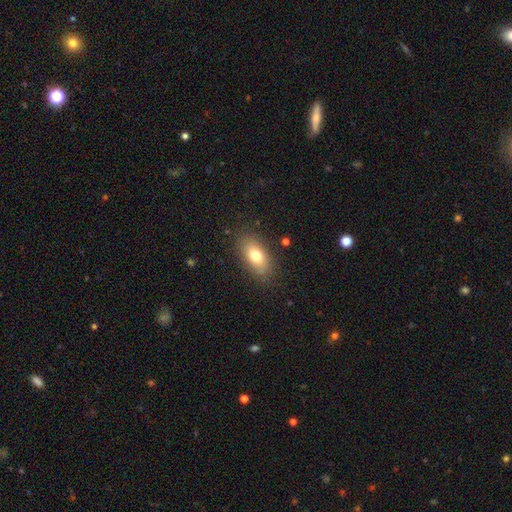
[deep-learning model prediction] Smooth or featured? Predicted: smooth (p=0.75). How rounded? Predicted: in between (p=0.88). Merging? Predicted: none (p=0.84).